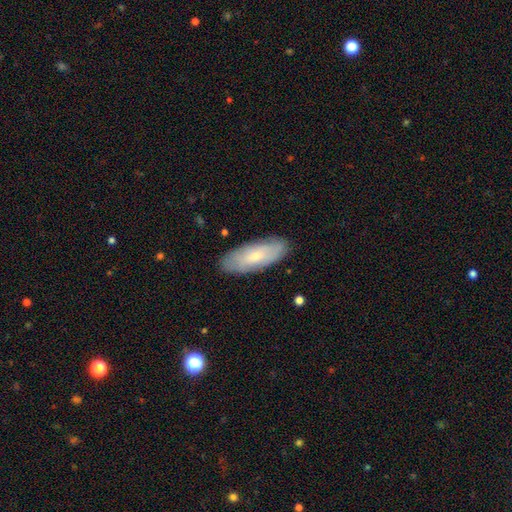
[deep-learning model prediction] Morphology: type=smooth (56%); roundness=in between (72%); merging=none (86%).